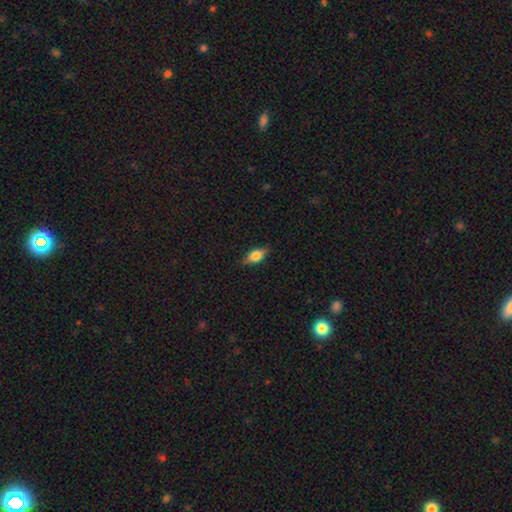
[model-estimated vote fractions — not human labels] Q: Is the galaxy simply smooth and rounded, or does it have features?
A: smooth — 70%.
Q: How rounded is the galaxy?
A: in between — 82%.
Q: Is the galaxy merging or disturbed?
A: none — 84%.